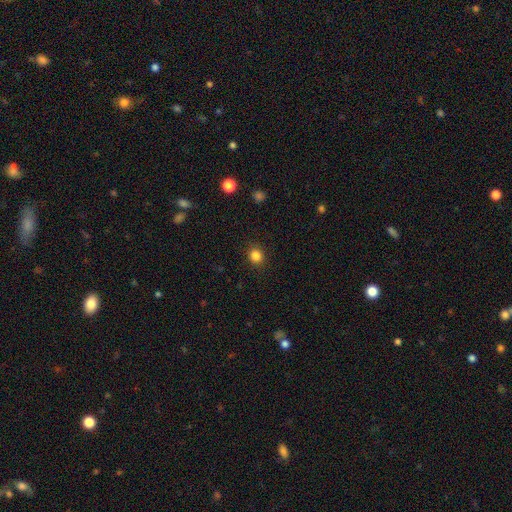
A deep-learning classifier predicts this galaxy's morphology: type=smooth (84%); roundness=round (84%); merging=none (90%).